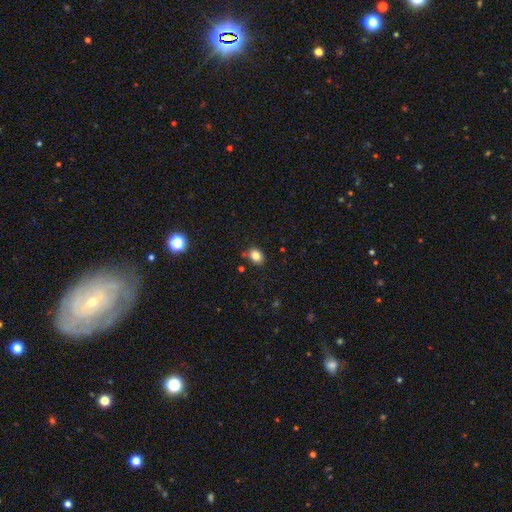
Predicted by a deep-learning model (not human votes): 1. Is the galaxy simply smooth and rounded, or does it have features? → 82% smooth, 11% star or artifact, 7% featured or disk.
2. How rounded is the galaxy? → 52% in between, 47% round, 1% cigar-shaped.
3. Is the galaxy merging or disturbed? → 81% none, 12% minor disturbance, 4% merger, 3% major disturbance.